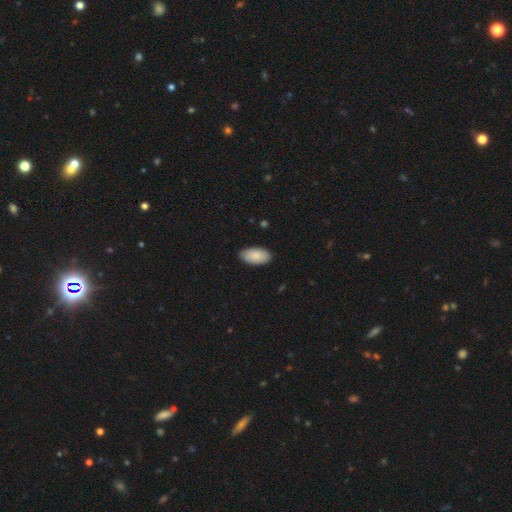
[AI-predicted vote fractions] smooth_or_featured: smooth (p=0.89) [alt: star or artifact p=0.06]
how_rounded: in between (p=0.96) [alt: round p=0.02]
merging: none (p=0.88) [alt: minor disturbance p=0.09]